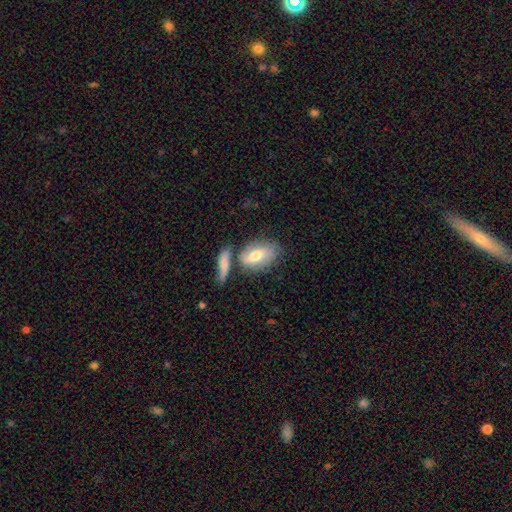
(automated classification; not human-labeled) This is likely a smooth galaxy (61%). How rounded: clearly in between (87%). Merging: possibly none (47%).